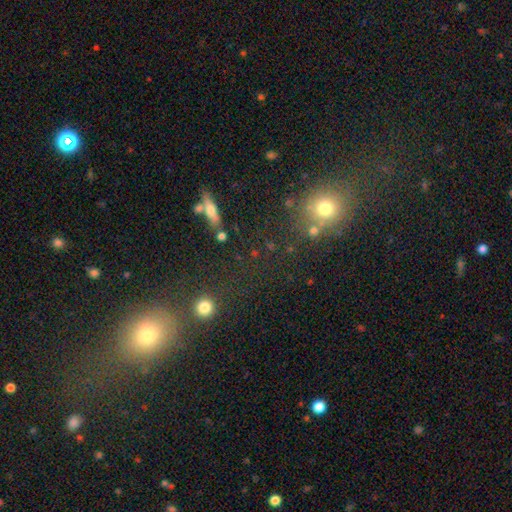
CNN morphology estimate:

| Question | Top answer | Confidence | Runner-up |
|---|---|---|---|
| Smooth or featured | smooth | 55% | star or artifact (34%) |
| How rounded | round | 70% | in between (25%) |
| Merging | none | 54% | merger (23%) |